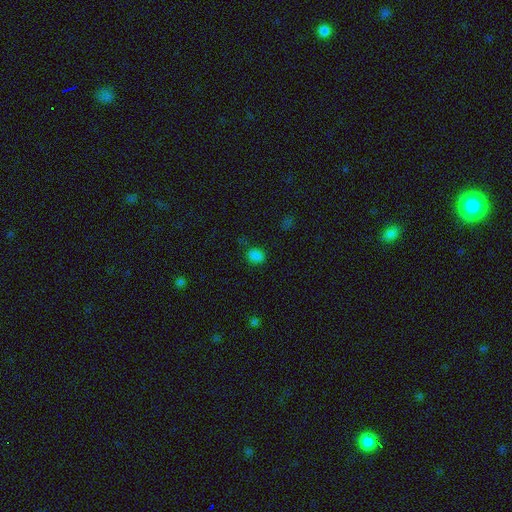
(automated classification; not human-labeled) Smooth or featured? Predicted: smooth (p=0.79). How rounded? Predicted: in between (p=0.61). Merging? Predicted: none (p=0.76).